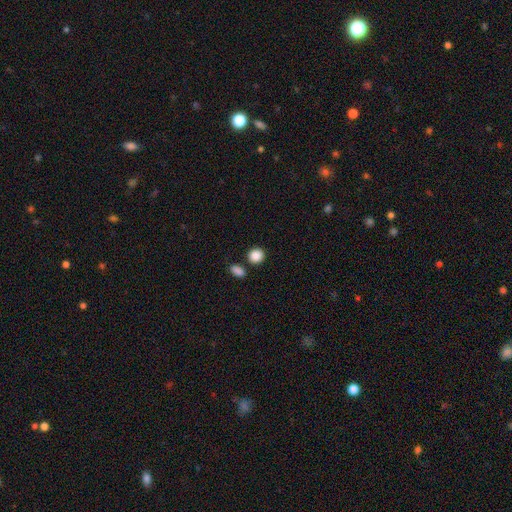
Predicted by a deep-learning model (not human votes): Smooth or featured?
  - smooth: 88% *
  - star or artifact: 9%
  - featured or disk: 3%
How rounded?
  - round: 83% *
  - in between: 16%
  - cigar-shaped: 1%
Merging?
  - none: 79% *
  - merger: 9%
  - minor disturbance: 9%
  - major disturbance: 3%